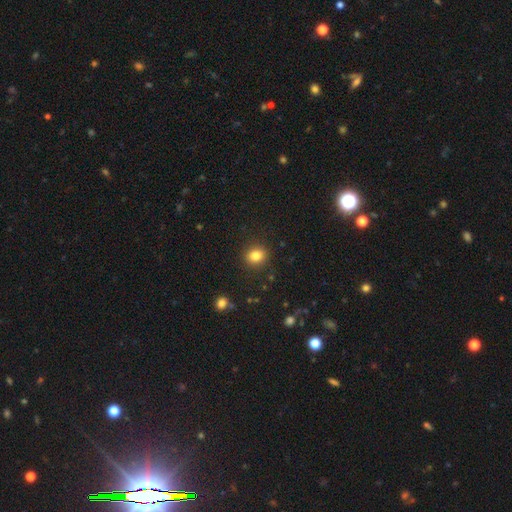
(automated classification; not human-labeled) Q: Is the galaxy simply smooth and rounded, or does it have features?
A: smooth — 83%.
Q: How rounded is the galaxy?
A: round — 69%.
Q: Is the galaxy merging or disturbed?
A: none — 89%.